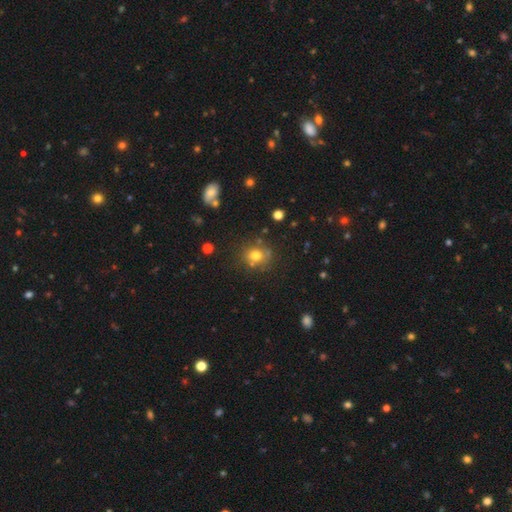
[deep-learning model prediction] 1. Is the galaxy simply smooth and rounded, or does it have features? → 73% smooth, 16% star or artifact, 11% featured or disk.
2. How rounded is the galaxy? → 79% round, 20% in between, 1% cigar-shaped.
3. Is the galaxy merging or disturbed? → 73% none, 14% minor disturbance, 8% merger, 5% major disturbance.